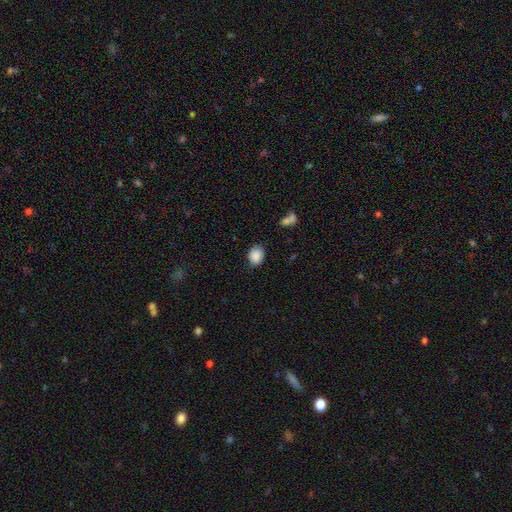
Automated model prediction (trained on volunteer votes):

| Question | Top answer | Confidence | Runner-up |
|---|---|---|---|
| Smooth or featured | smooth | 88% | star or artifact (8%) |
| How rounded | in between | 55% | round (44%) |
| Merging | none | 81% | minor disturbance (14%) |